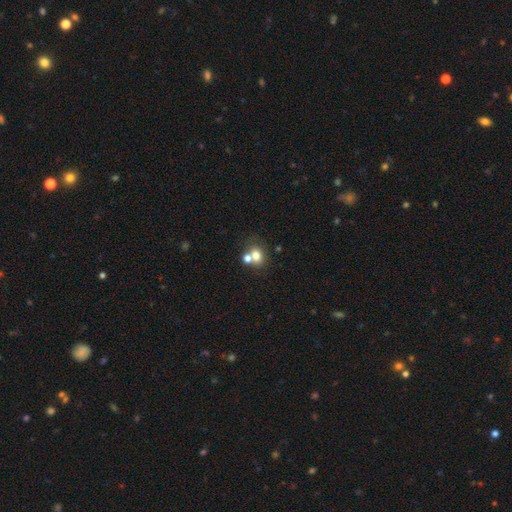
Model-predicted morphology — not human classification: Smooth or featured? smooth (74%)
How rounded? round (57%)
Merging? none (45%)